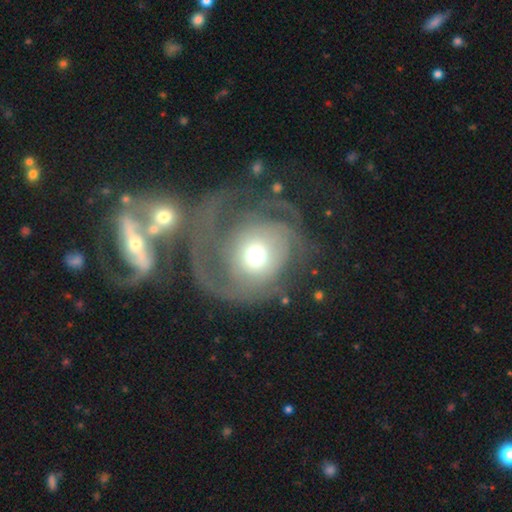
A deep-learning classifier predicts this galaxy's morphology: This is likely a featured or disk galaxy (62%). It is clearly not viewed edge-on (96%). Bar: clearly no (82%). Spiral arm pattern: likely yes (63%). Central bulge: possibly moderate (59%). Merging: possibly major disturbance (50%).